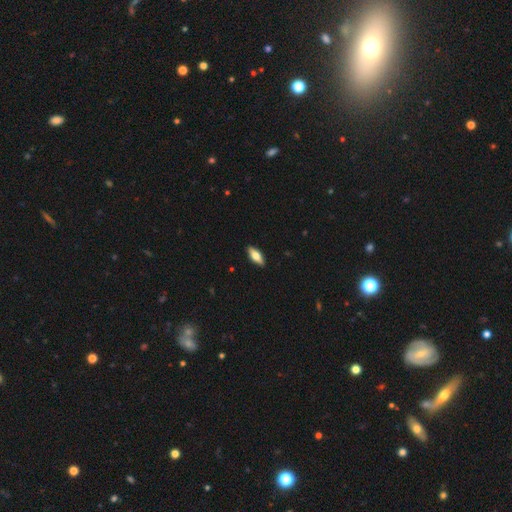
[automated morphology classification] smooth-or-featured: smooth: 63% | featured or disk: 32% | star or artifact: 6%
  how-rounded: in between: 72% | cigar-shaped: 26% | round: 2%
  merging: none: 90% | minor disturbance: 8% | major disturbance: 1% | merger: 1%